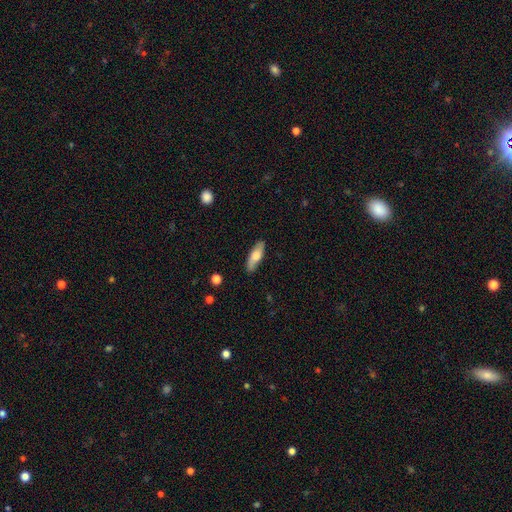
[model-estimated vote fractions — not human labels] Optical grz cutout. It shows a smooth galaxy with no disk features (63%) that is in between round and cigar-shaped (53%). Merging: none (84%).